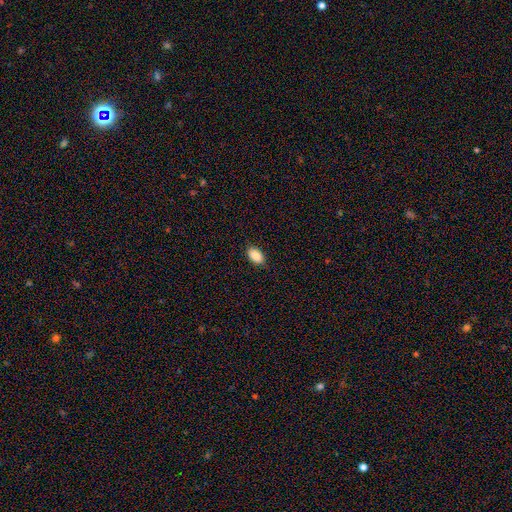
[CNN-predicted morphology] type=smooth (89%); roundness=in between (92%); merging=none (86%).